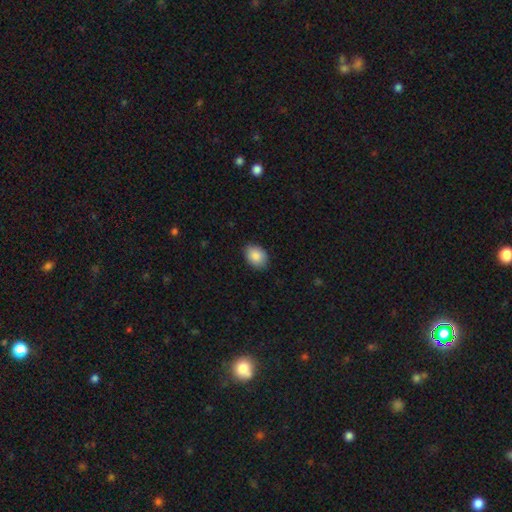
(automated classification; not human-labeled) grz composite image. It shows a smooth galaxy with no disk features (88%) that is in between round and cigar-shaped (73%). Merging: none (85%).